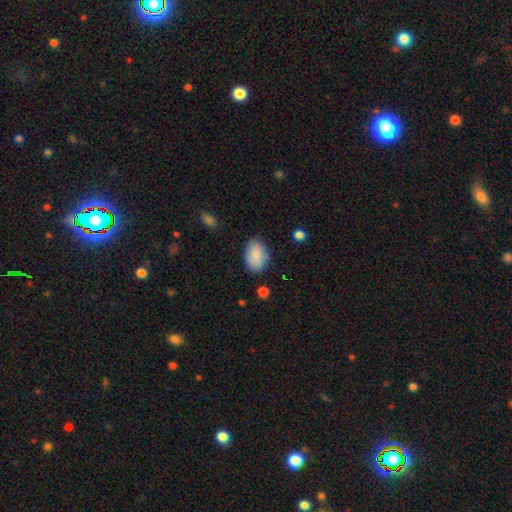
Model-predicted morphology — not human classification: smooth-or-featured: smooth: 80% | featured or disk: 12% | star or artifact: 7%
  how-rounded: in between: 86% | round: 12% | cigar-shaped: 1%
  merging: none: 71% | minor disturbance: 22% | major disturbance: 5% | merger: 3%